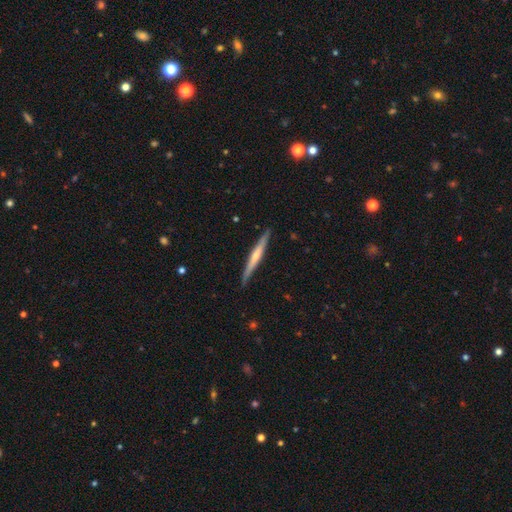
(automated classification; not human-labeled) This is possibly a featured or disk galaxy (60%). It is clearly viewed edge-on (97%). Edge-on bulge: possibly rounded (55%). Merging: clearly none (89%).